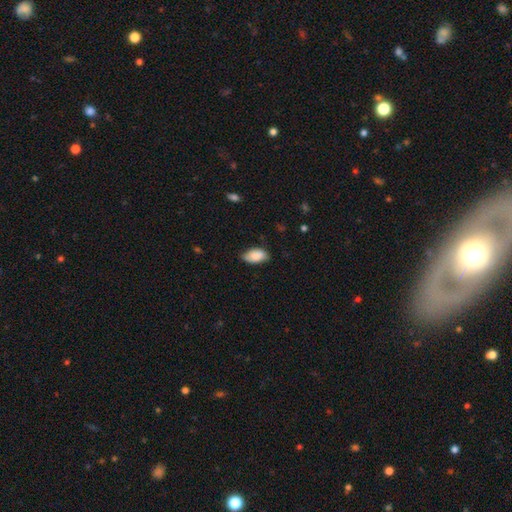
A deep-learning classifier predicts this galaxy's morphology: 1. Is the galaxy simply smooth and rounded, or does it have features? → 85% smooth, 9% featured or disk, 6% star or artifact.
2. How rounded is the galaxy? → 94% in between, 4% round, 2% cigar-shaped.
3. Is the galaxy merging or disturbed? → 72% none, 23% minor disturbance, 4% major disturbance, 1% merger.